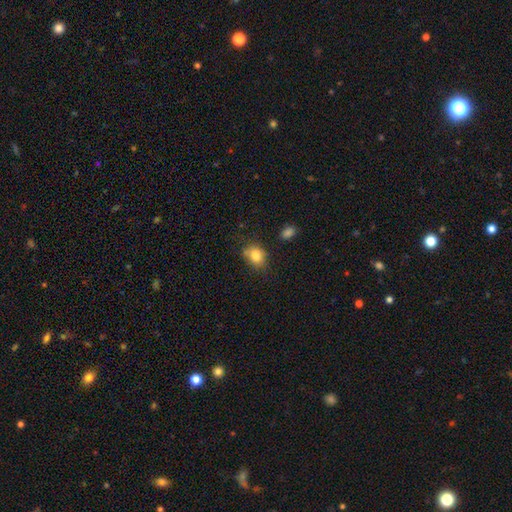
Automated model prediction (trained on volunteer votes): Smooth or featured: smooth — 81% (star or artifact — 10%)
How rounded: in between — 53% (round — 46%)
Merging: none — 64% (minor disturbance — 24%)